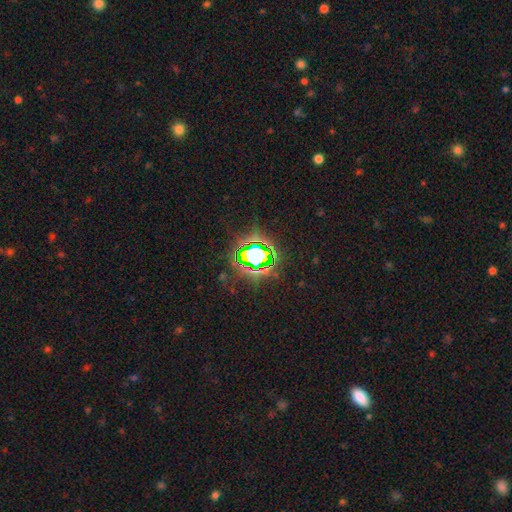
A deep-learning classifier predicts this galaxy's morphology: Smooth or featured? Predicted: star or artifact (p=0.75).